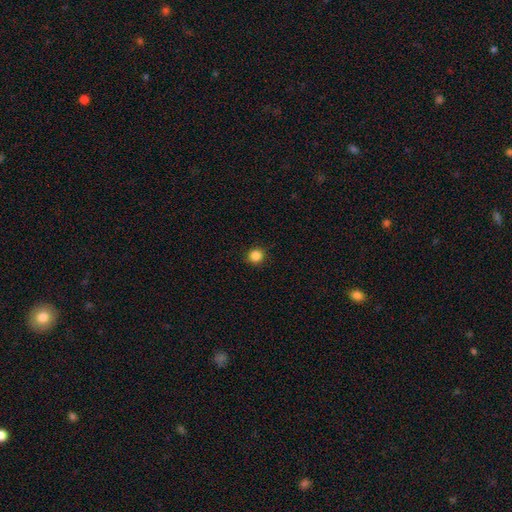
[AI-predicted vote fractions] This appears to be a smooth galaxy with no disk features (86%) that is round (94%). Merging: none (91%).